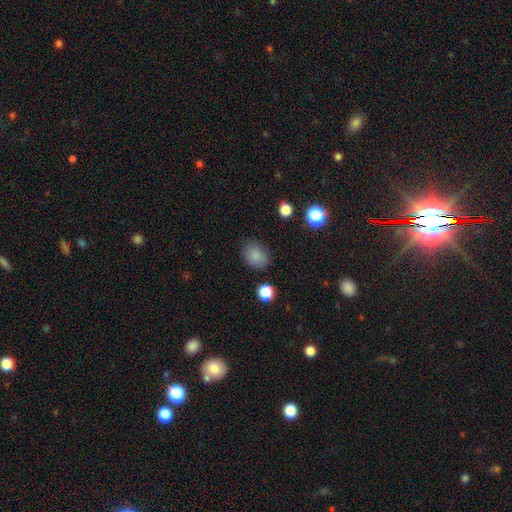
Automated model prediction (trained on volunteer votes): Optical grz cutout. It shows a smooth galaxy with no disk features (85%) that is in between round and cigar-shaped (63%). Merging: none (82%).